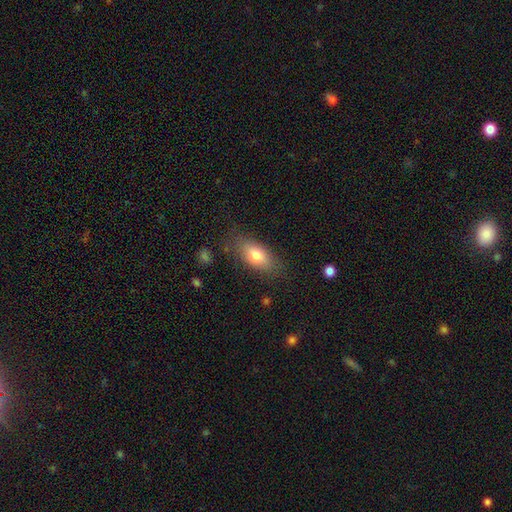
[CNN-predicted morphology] A smooth galaxy with no disk features (77%) that is in between round and cigar-shaped (85%).

Vote fractions:
- Smooth or featured? smooth: 77% / featured or disk: 16% / star or artifact: 8%
- How rounded? in between: 85% / cigar-shaped: 10% / round: 5%
- Merging? none: 78% / minor disturbance: 15% / major disturbance: 5% / merger: 2%